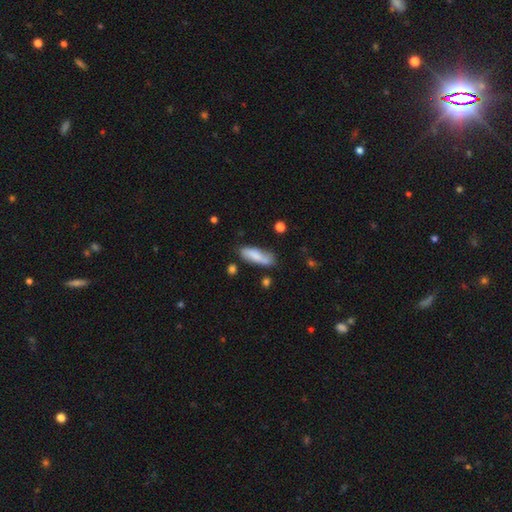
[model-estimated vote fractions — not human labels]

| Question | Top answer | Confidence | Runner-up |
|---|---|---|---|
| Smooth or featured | smooth | 77% | featured or disk (17%) |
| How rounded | in between | 52% | cigar-shaped (46%) |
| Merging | none | 65% | minor disturbance (23%) |